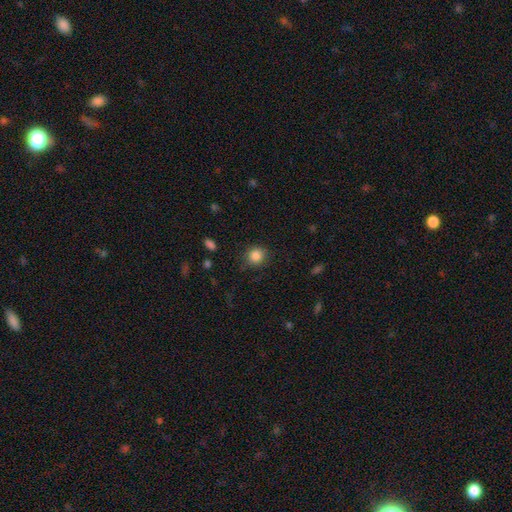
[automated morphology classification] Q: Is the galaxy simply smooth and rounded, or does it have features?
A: smooth — 85%.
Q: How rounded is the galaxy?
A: round — 85%.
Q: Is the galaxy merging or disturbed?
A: none — 86%.